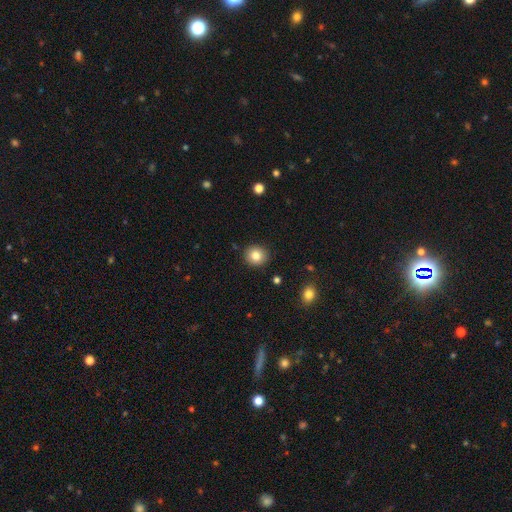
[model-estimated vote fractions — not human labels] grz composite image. It shows a smooth galaxy with no disk features (82%) that is round (87%). Merging: none (91%).